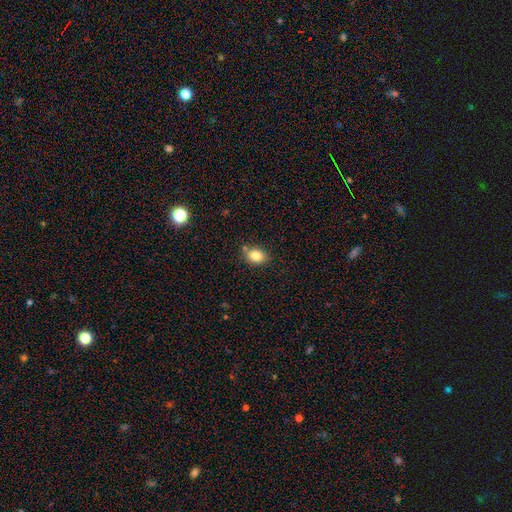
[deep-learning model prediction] Smooth or featured: smooth — 83% (star or artifact — 10%)
How rounded: in between — 59% (round — 40%)
Merging: none — 76% (minor disturbance — 14%)